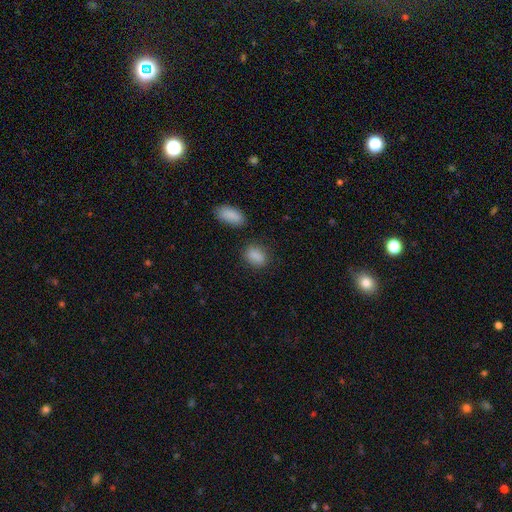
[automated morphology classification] type=smooth (87%); roundness=in between (79%); merging=none (75%).